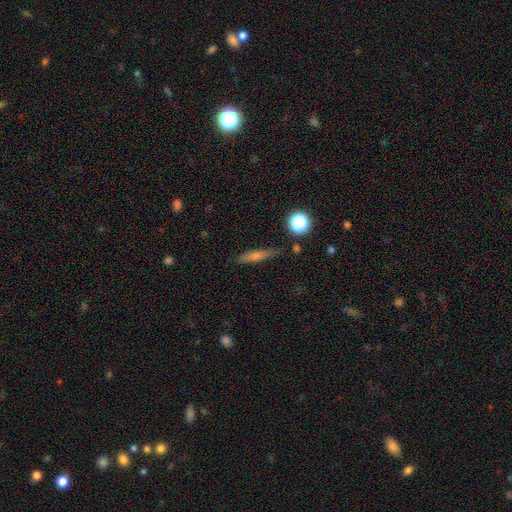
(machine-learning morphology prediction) Smooth or featured?
  - smooth: 51% *
  - featured or disk: 38%
  - star or artifact: 11%
How rounded?
  - cigar-shaped: 85% *
  - in between: 10%
  - round: 5%
Merging?
  - none: 86% *
  - minor disturbance: 10%
  - major disturbance: 2%
  - merger: 2%